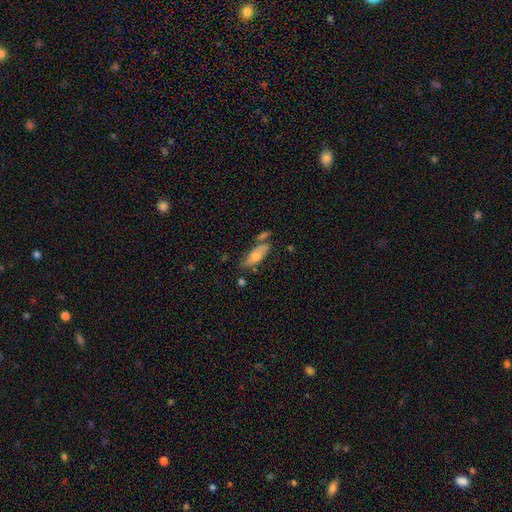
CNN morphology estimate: type=smooth (55%); roundness=in between (58%); merging=none (59%).